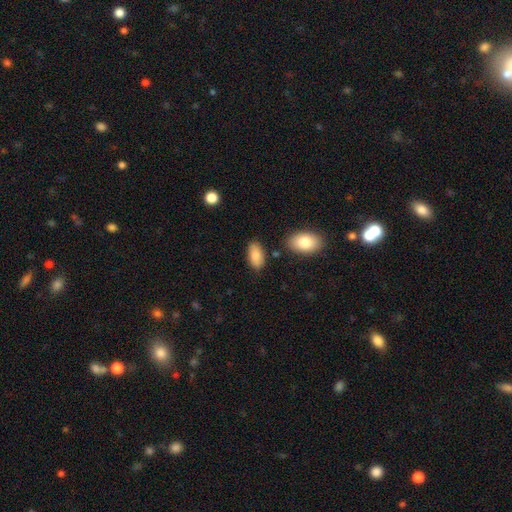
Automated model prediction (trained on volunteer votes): This is clearly a smooth galaxy (85%). How rounded: clearly in between (94%). Merging: clearly none (80%).